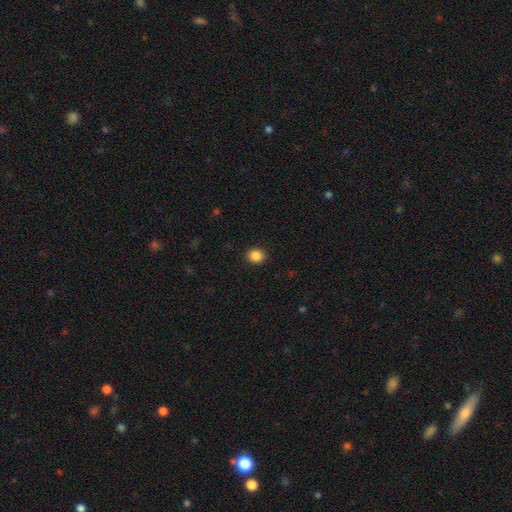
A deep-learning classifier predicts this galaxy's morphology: Q: Smooth or featured?
A: smooth (87%); runner-up: star or artifact (10%)
Q: How rounded?
A: round (75%); runner-up: in between (24%)
Q: Merging?
A: none (91%); runner-up: minor disturbance (6%)